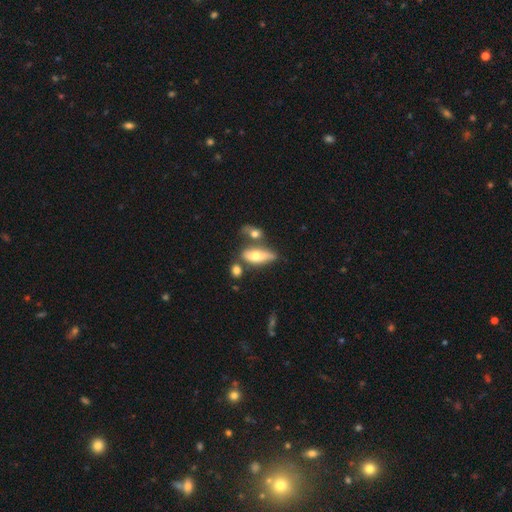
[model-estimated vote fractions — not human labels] The model was most divided on "merging": none: 41%, merger: 30%, minor disturbance: 19%, major disturbance: 10%. More confident: how rounded — in between (69%); smooth or featured — smooth (60%).